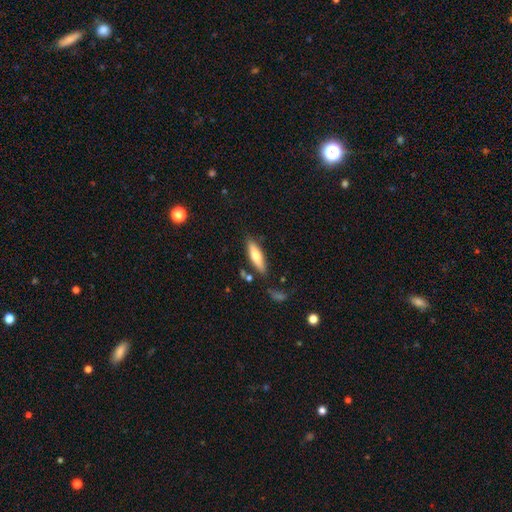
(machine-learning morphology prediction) smooth-or-featured: smooth: 69% | featured or disk: 25% | star or artifact: 6%
  how-rounded: cigar-shaped: 62% | in between: 37% | round: 2%
  merging: none: 80% | minor disturbance: 13% | merger: 4% | major disturbance: 3%